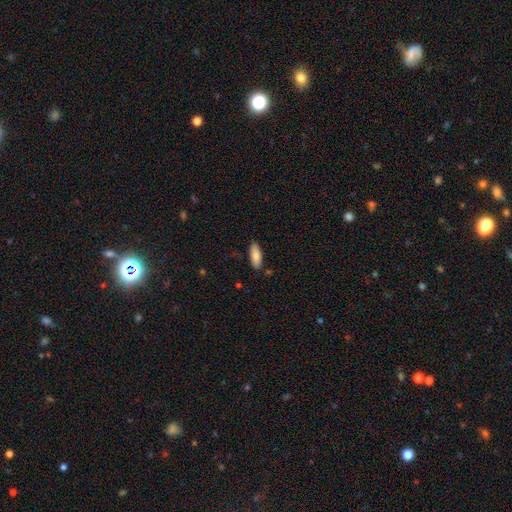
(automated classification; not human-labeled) Q: Smooth or featured?
A: smooth (84%); runner-up: featured or disk (10%)
Q: How rounded?
A: in between (71%); runner-up: cigar-shaped (27%)
Q: Merging?
A: none (84%); runner-up: minor disturbance (11%)